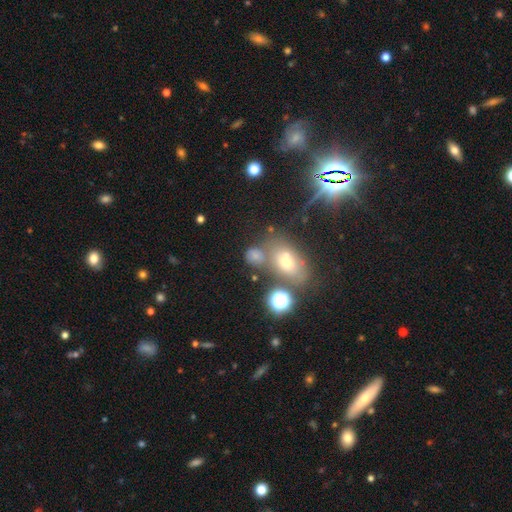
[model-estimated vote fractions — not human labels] Smooth or featured: smooth — 62% (star or artifact — 24%)
How rounded: round — 53% (in between — 44%)
Merging: none — 54% (merger — 22%)